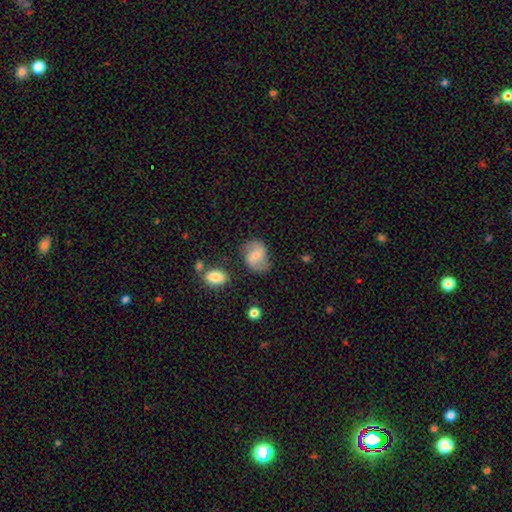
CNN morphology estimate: A featured or disk galaxy (62%) with a weak bar (46%), 2 (91%) loose (50%) spiral arms (90%) and a small central bulge (56%). Merging: none (76%).